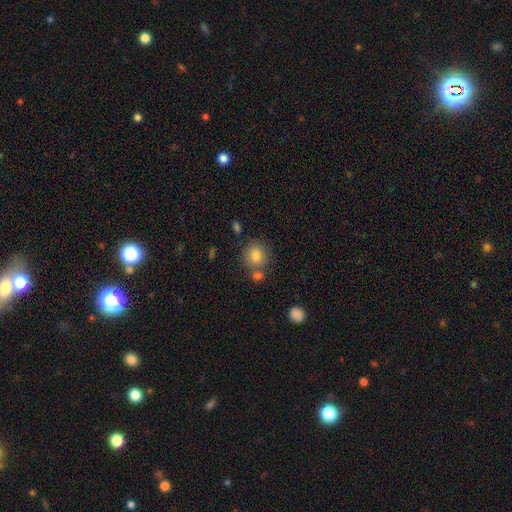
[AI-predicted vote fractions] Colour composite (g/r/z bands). It shows a smooth galaxy with no disk features (82%) that is round (73%). Merging: none (66%).